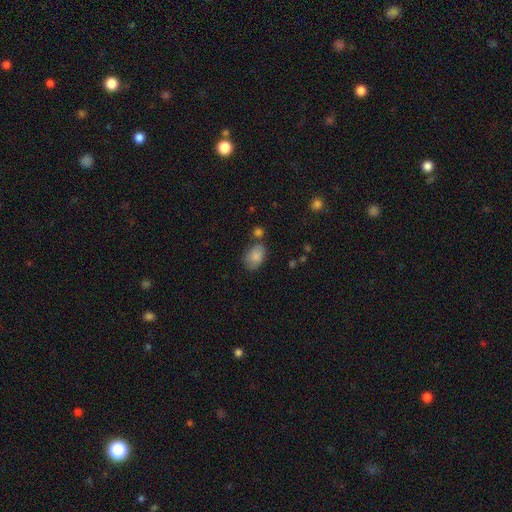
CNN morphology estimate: smooth_or_featured: smooth (p=0.84) [alt: featured or disk p=0.08]
how_rounded: in between (p=0.82) [alt: round p=0.16]
merging: none (p=0.61) [alt: minor disturbance p=0.21]